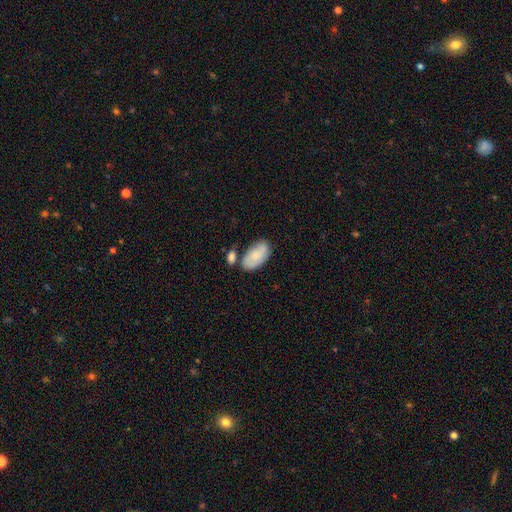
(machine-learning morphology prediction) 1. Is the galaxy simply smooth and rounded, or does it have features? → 77% smooth, 17% featured or disk, 6% star or artifact.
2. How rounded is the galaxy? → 95% in between, 3% round, 2% cigar-shaped.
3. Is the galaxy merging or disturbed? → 57% none, 19% minor disturbance, 18% merger, 5% major disturbance.